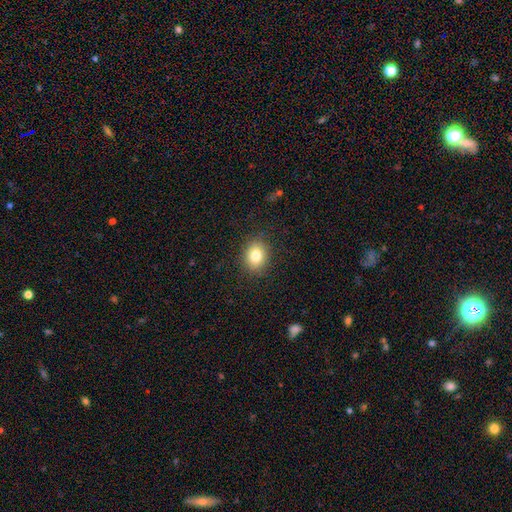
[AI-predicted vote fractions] Smooth or featured? Predicted: smooth (p=0.80). How rounded? Predicted: round (p=0.51). Merging? Predicted: none (p=0.87).